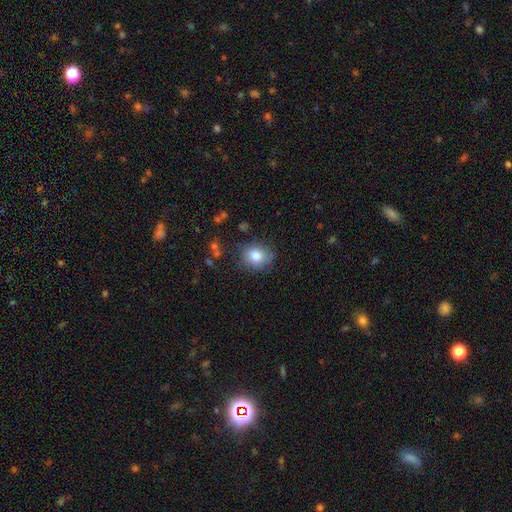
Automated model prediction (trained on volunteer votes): smooth-or-featured: smooth: 81% | featured or disk: 10% | star or artifact: 9%
  how-rounded: round: 65% | in between: 34% | cigar-shaped: 1%
  merging: none: 74% | minor disturbance: 19% | major disturbance: 6% | merger: 2%